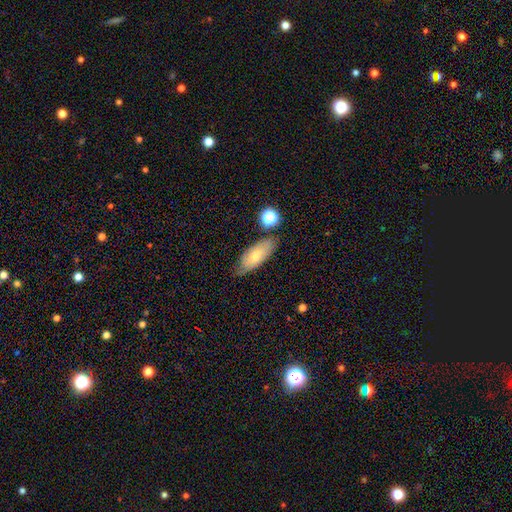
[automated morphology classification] This appears to be a smooth galaxy with no disk features (66%) that is in between round and cigar-shaped (79%). Merging: none (69%).